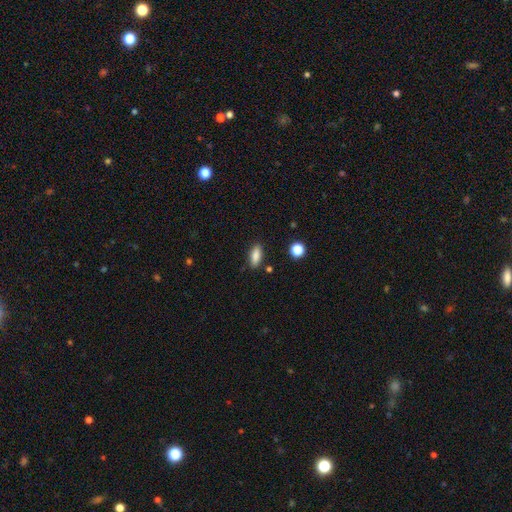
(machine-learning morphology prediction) Overall: smooth (85%). How rounded: in between (76%). Merging: none (85%).